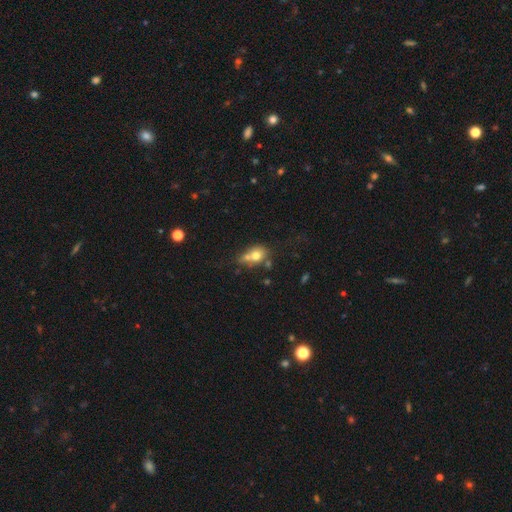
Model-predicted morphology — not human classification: Smooth or featured: smooth — 69% (featured or disk — 20%)
How rounded: in between — 50% (round — 48%)
Merging: merger — 42% (none — 34%)